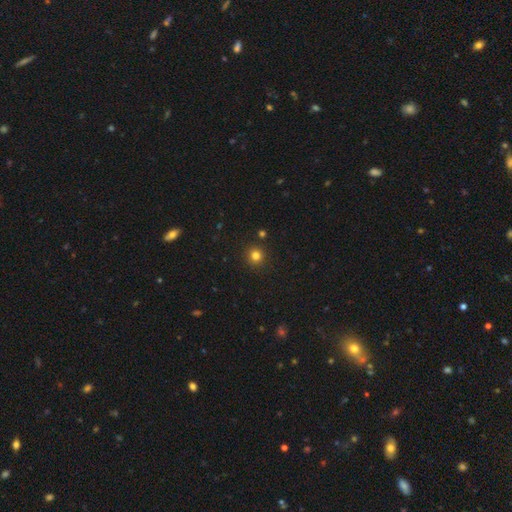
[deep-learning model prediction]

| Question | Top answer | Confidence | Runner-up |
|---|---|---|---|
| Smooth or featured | smooth | 80% | star or artifact (15%) |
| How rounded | round | 94% | in between (5%) |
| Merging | none | 91% | minor disturbance (5%) |